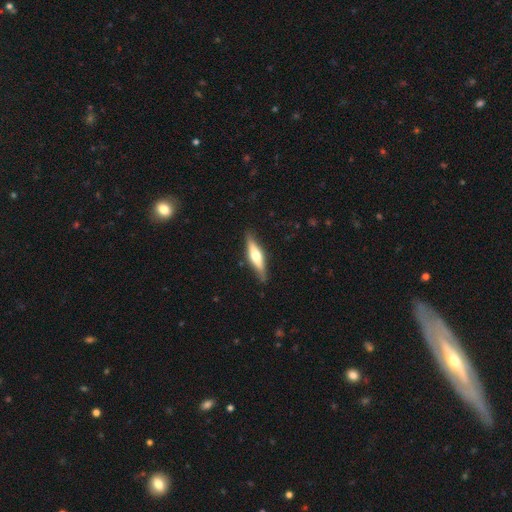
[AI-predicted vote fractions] The model was most divided on "smooth or featured": featured or disk: 53%, smooth: 42%, star or artifact: 5%. More confident: edge-on disk — yes (93%); merging — none (86%).